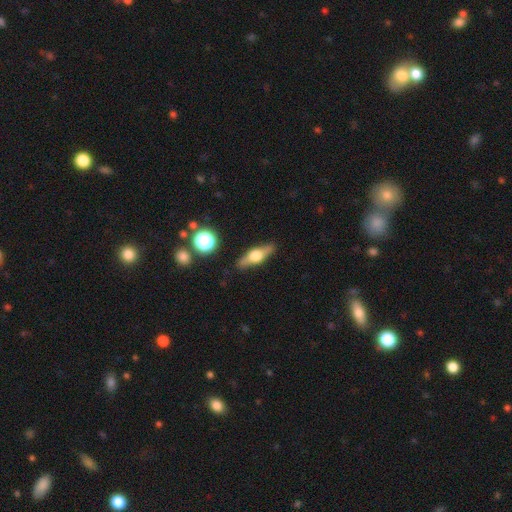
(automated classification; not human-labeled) Morphology: type=featured or disk (61%); edge-on=yes (93%); edge-on bulge=rounded (93%); merging=none (87%).